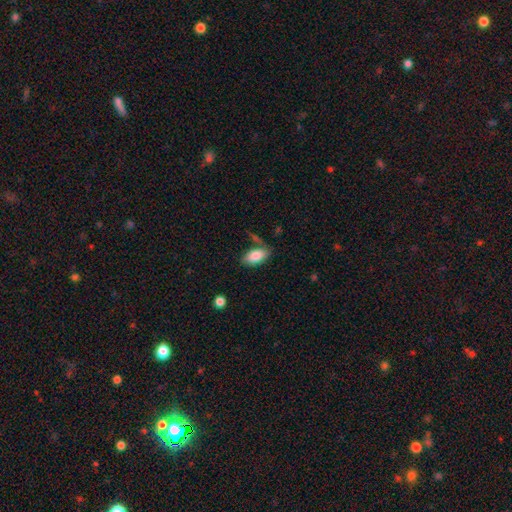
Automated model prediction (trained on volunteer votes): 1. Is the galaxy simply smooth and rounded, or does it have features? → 83% smooth, 11% featured or disk, 7% star or artifact.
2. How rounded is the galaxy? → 93% in between, 4% cigar-shaped, 3% round.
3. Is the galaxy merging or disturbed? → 65% none, 19% minor disturbance, 10% merger, 7% major disturbance.